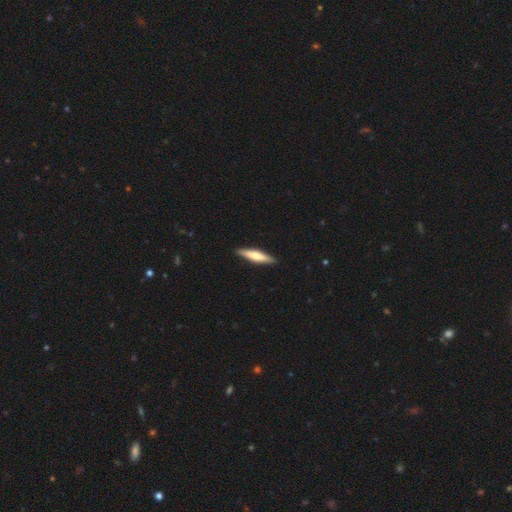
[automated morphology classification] Q: Smooth or featured?
A: smooth (48%); runner-up: featured or disk (47%)
Q: Merging?
A: none (91%); runner-up: minor disturbance (7%)